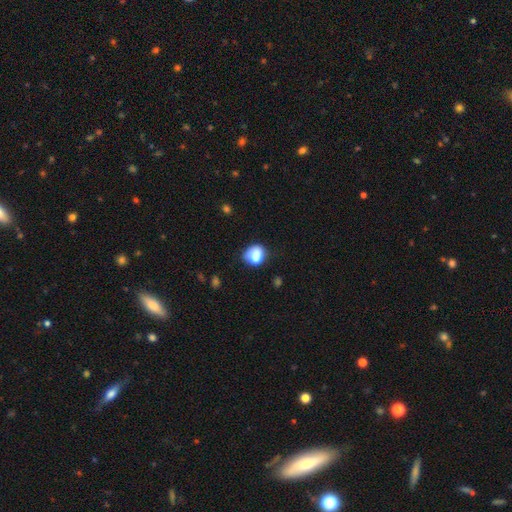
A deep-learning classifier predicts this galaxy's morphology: smooth 83%, star or artifact 9%, featured or disk 8%. Down the decision tree: how rounded — round (58%); merging — none (56%).